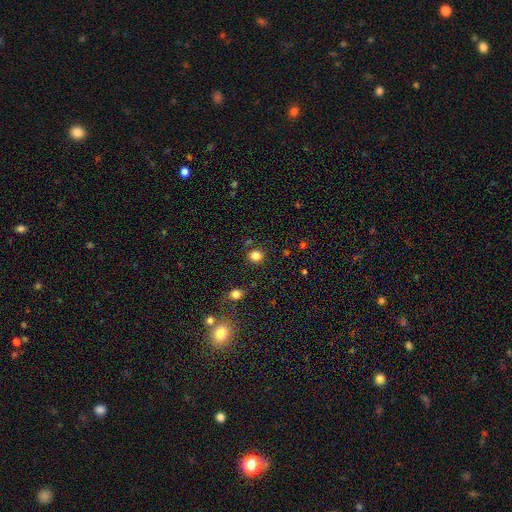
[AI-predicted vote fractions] smooth-or-featured: smooth: 82% | star or artifact: 13% | featured or disk: 4%
  how-rounded: round: 85% | in between: 15% | cigar-shaped: 1%
  merging: none: 85% | minor disturbance: 8% | merger: 4% | major disturbance: 3%